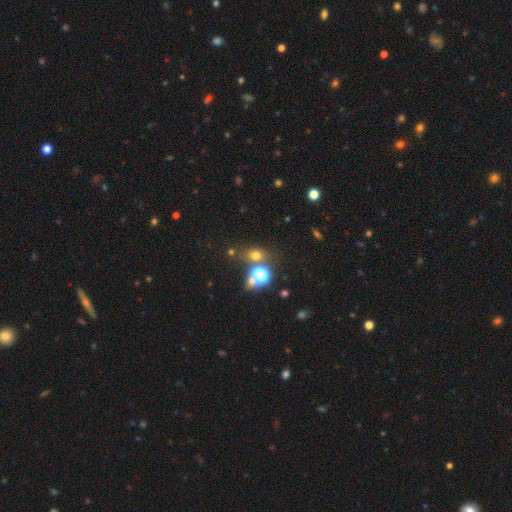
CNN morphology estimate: Smooth or featured? smooth (60%)
How rounded? round (63%)
Merging? none (71%)